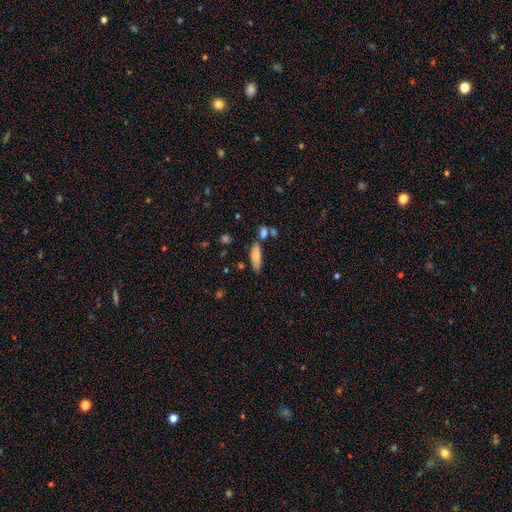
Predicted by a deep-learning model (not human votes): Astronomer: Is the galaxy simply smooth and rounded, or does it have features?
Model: smooth — 72%.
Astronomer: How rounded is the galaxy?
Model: in between — 60% (runner-up: cigar-shaped, 38%).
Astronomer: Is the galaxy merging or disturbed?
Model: none — 66%.